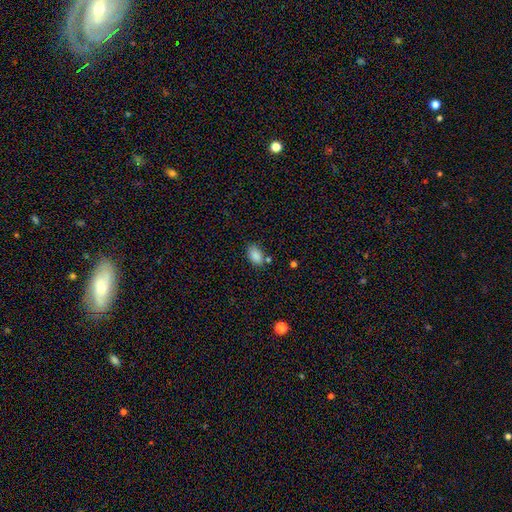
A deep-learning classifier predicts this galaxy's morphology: A smooth galaxy with no disk features (86%) that is in between round and cigar-shaped (87%). Merging: none (69%).